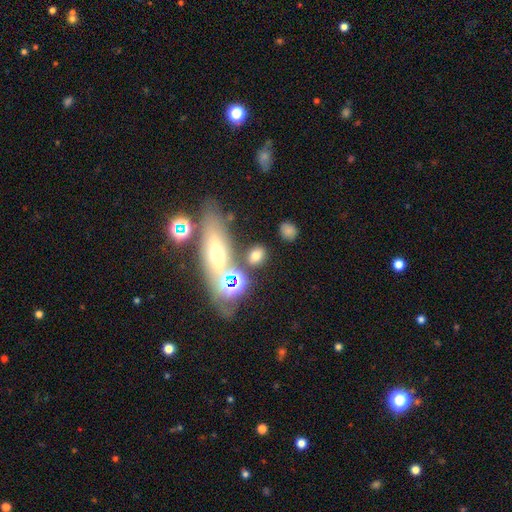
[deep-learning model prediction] Q: Smooth or featured?
A: smooth (68%); runner-up: star or artifact (19%)
Q: How rounded?
A: in between (58%); runner-up: round (36%)
Q: Merging?
A: none (73%); runner-up: minor disturbance (11%)